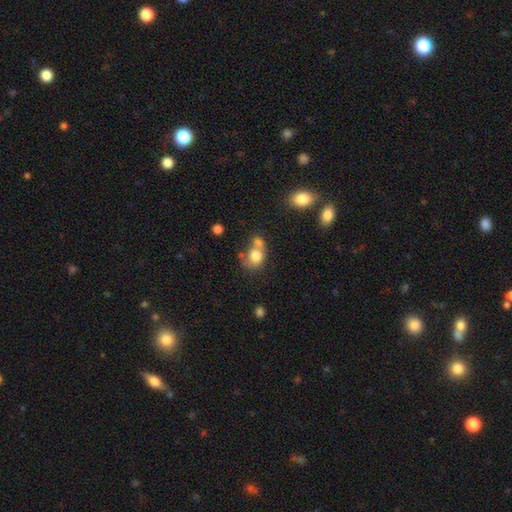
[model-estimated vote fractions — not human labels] The model was most divided on "merging": merger: 49%, none: 34%, minor disturbance: 11%, major disturbance: 6%. More confident: smooth or featured — smooth (78%); how rounded — round (63%).